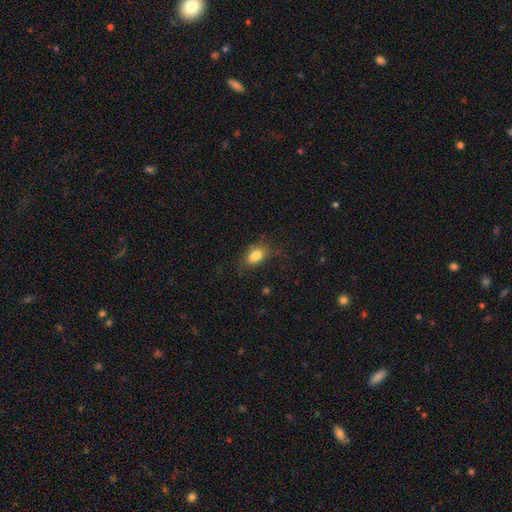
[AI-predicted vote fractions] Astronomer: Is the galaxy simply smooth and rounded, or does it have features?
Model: smooth — 82%.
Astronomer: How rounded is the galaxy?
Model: in between — 82%.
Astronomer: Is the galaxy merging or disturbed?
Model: none — 68%.